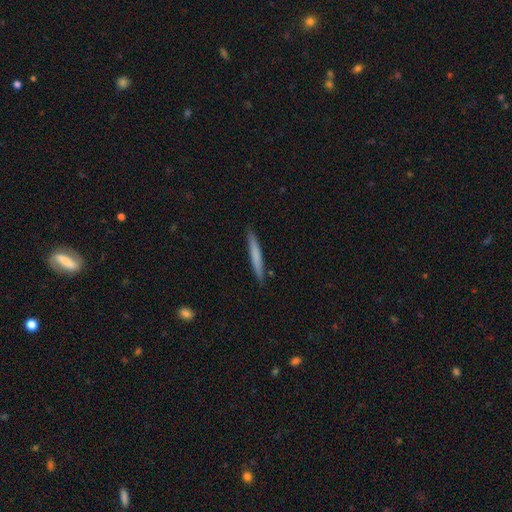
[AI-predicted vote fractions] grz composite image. It shows a smooth galaxy with no disk features (68%) that is cigar-shaped (96%). Merging: none (90%).